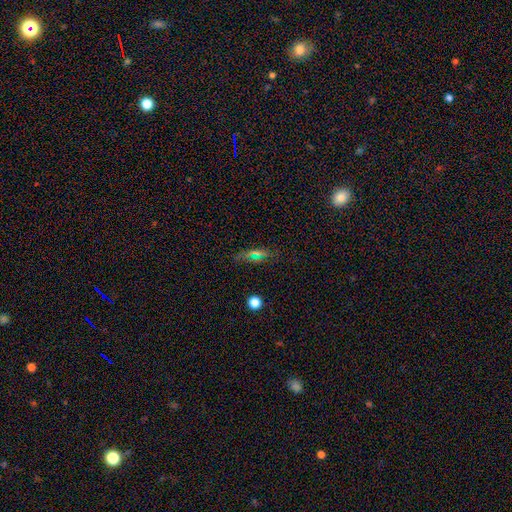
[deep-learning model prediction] smooth 53%, star or artifact 30%, featured or disk 17%. Down the decision tree: how rounded — in between (59%); merging — none (79%).